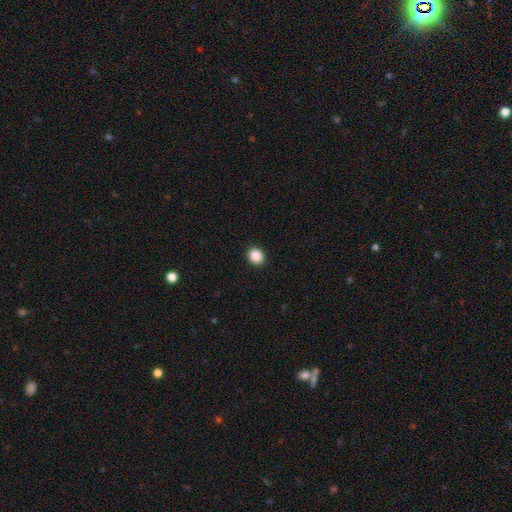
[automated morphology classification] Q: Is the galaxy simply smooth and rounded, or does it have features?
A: smooth — 88%.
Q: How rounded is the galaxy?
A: round — 65%.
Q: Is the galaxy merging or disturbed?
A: none — 92%.